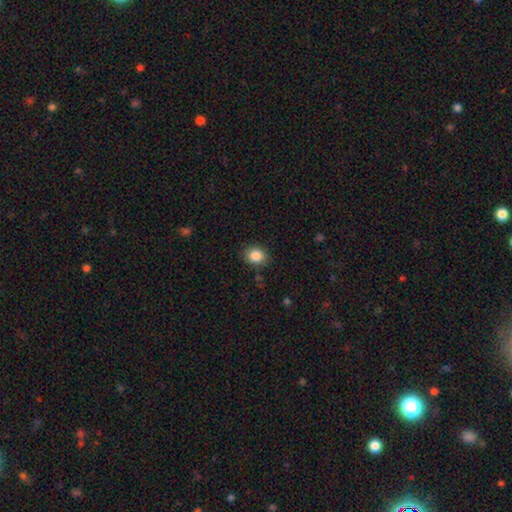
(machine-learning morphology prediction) smooth-or-featured: smooth: 86% | star or artifact: 9% | featured or disk: 5%
  how-rounded: round: 57% | in between: 42% | cigar-shaped: 1%
  merging: none: 86% | minor disturbance: 10% | major disturbance: 3% | merger: 1%